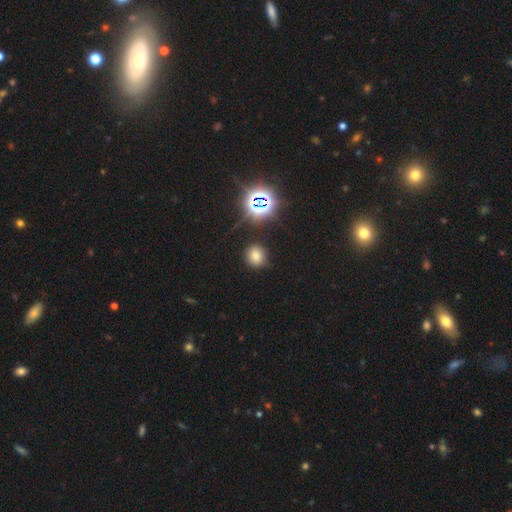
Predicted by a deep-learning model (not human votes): A smooth galaxy with no disk features (71%) that is round (82%). Merging: none (84%).